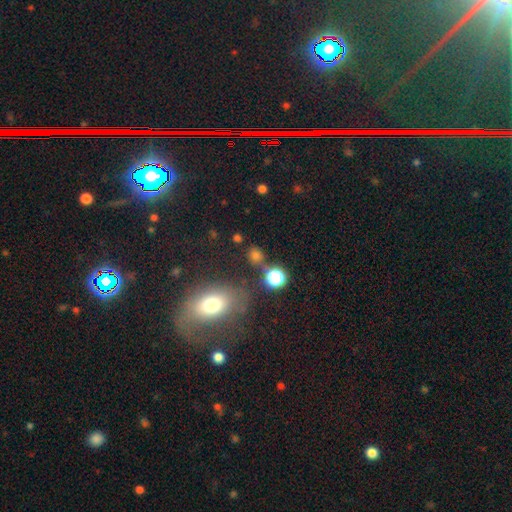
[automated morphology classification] Smooth or featured? smooth (69%)
How rounded? round (73%)
Merging? none (71%)